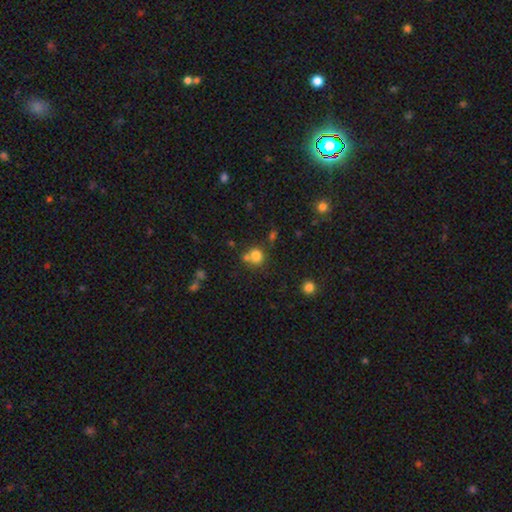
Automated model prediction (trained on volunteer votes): Morphology: type=smooth (79%); roundness=round (86%); merging=none (58%).